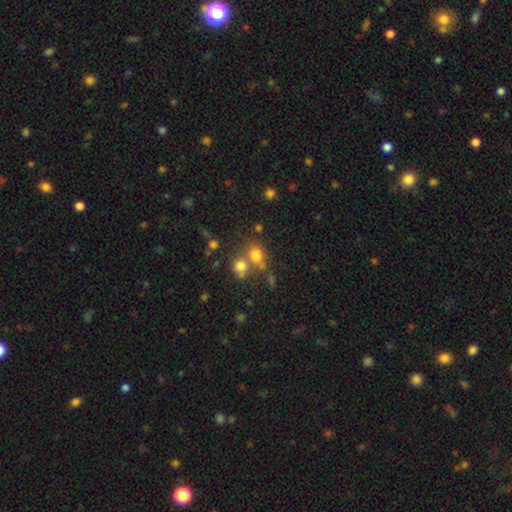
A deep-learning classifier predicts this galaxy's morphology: smooth 74%, star or artifact 16%, featured or disk 9%. Down the decision tree: how rounded — round (63%); merging — none (49%).